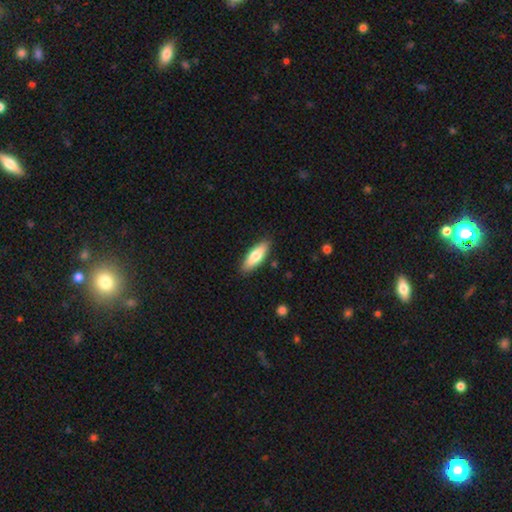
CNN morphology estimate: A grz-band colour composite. It shows a smooth galaxy with no disk features (75%) that is in between round and cigar-shaped (59%). Merging: none (87%).